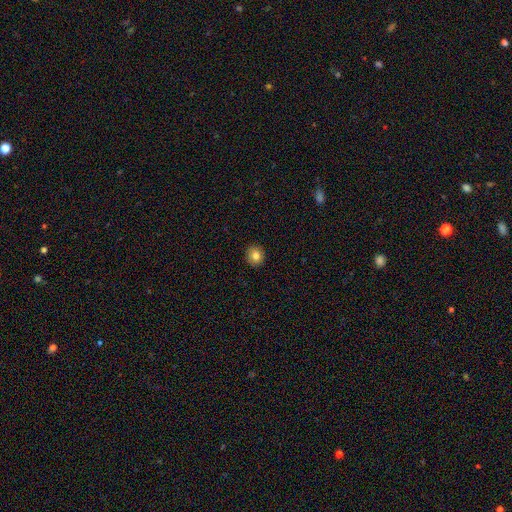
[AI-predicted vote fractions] This appears to be a smooth galaxy with no disk features (82%) that is round (87%). Merging: none (92%).